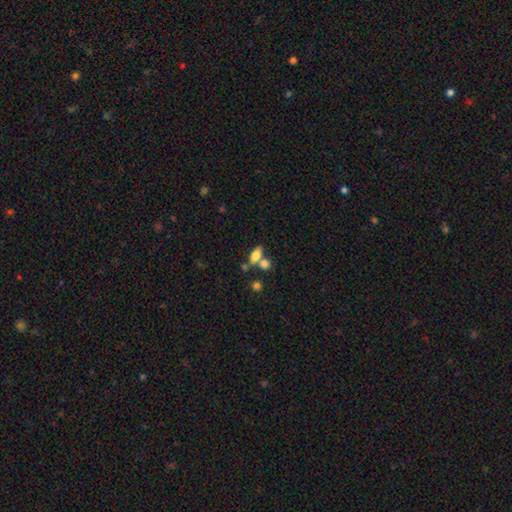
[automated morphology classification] Smooth or featured? smooth (73%)
How rounded? in between (78%)
Merging? none (52%)